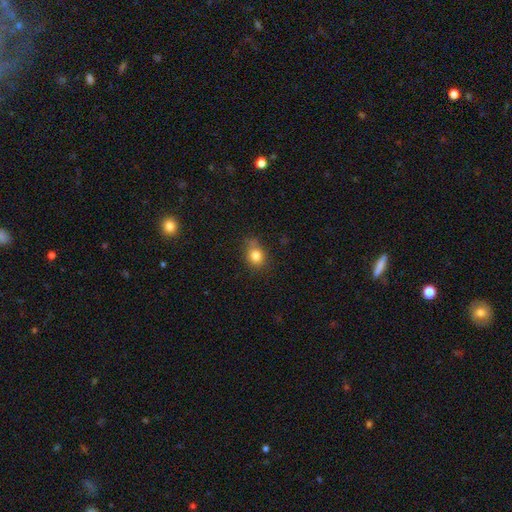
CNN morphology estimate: A smooth galaxy with no disk features (82%) that is round (58%).

Vote fractions:
- Smooth or featured? smooth: 82% / star or artifact: 11% / featured or disk: 7%
- How rounded? round: 58% / in between: 41% / cigar-shaped: 1%
- Merging? none: 66% / minor disturbance: 25% / major disturbance: 6% / merger: 3%